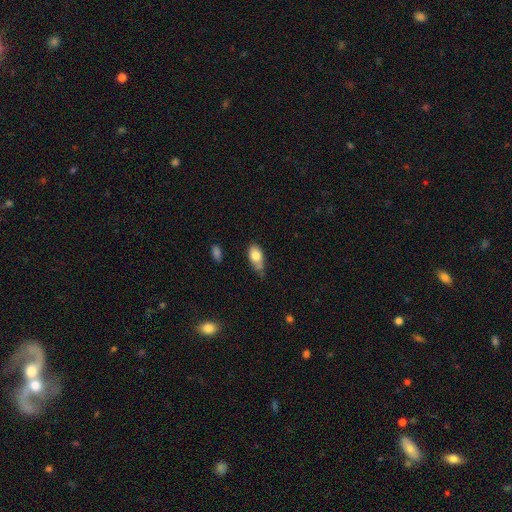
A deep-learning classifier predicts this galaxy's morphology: smooth_or_featured: smooth (p=0.79) [alt: featured or disk p=0.14]
how_rounded: in between (p=0.89) [alt: round p=0.07]
merging: none (p=0.48) [alt: minor disturbance p=0.36]